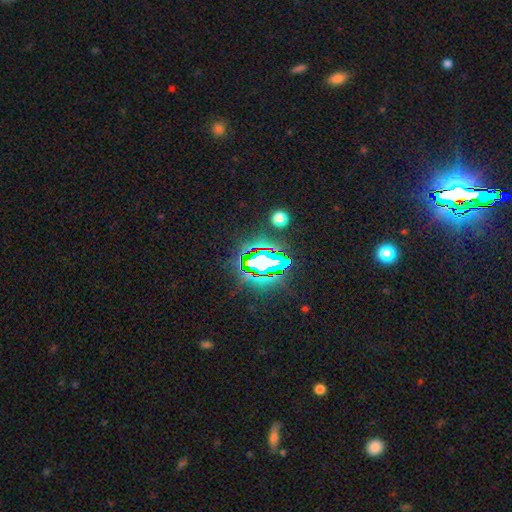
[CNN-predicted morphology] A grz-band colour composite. It shows a star or artifact, not a galaxy (72%).